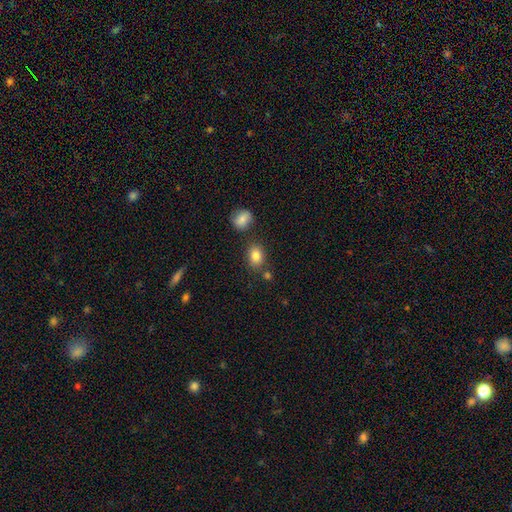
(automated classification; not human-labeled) Q: Smooth or featured?
A: smooth (83%); runner-up: star or artifact (10%)
Q: How rounded?
A: in between (58%); runner-up: round (41%)
Q: Merging?
A: none (75%); runner-up: minor disturbance (12%)